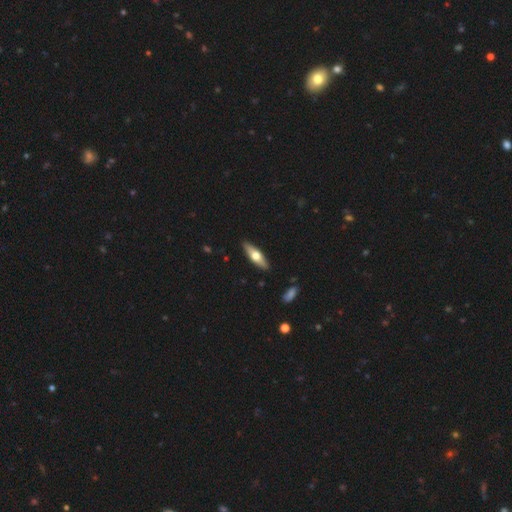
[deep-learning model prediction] Overall: smooth (48%; featured or disk 47%). Merging: none (90%).